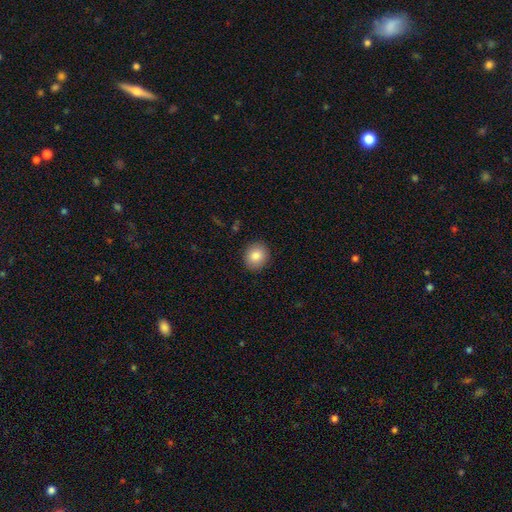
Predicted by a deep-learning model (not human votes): Smooth or featured: smooth — 85% (star or artifact — 9%)
How rounded: round — 78% (in between — 21%)
Merging: none — 90% (minor disturbance — 7%)